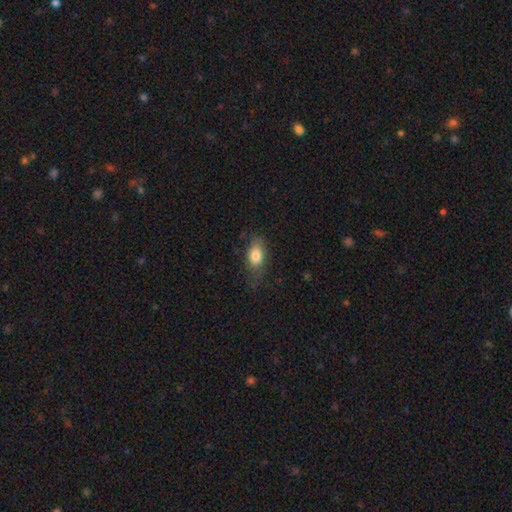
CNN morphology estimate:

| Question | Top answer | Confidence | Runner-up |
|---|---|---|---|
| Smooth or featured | smooth | 79% | featured or disk (13%) |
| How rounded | in between | 84% | round (10%) |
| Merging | none | 62% | minor disturbance (25%) |